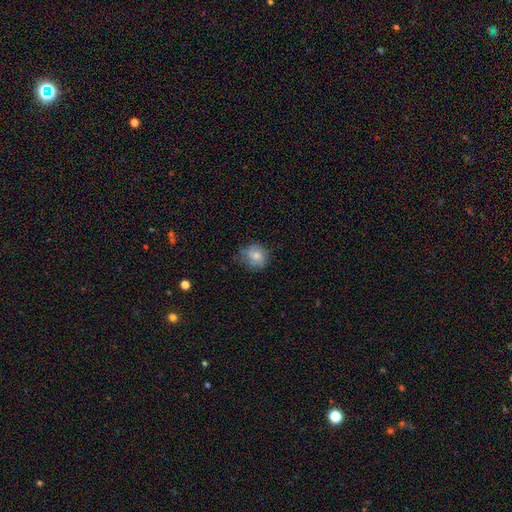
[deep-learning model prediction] A smooth galaxy with no disk features (70%) that is round (76%).

Vote fractions:
- Smooth or featured? smooth: 70% / featured or disk: 21% / star or artifact: 9%
- How rounded? round: 76% / in between: 24% / cigar-shaped: 1%
- Merging? none: 61% / minor disturbance: 28% / major disturbance: 10% / merger: 2%